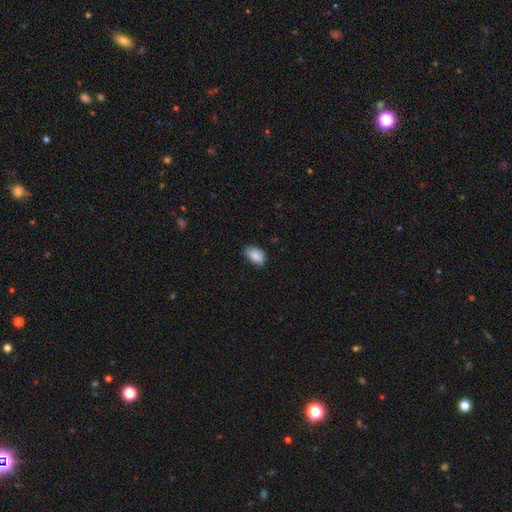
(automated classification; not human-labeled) The model was most divided on "merging": none: 66%, minor disturbance: 29%, major disturbance: 4%, merger: 1%. More confident: how rounded — in between (90%); smooth or featured — smooth (87%).